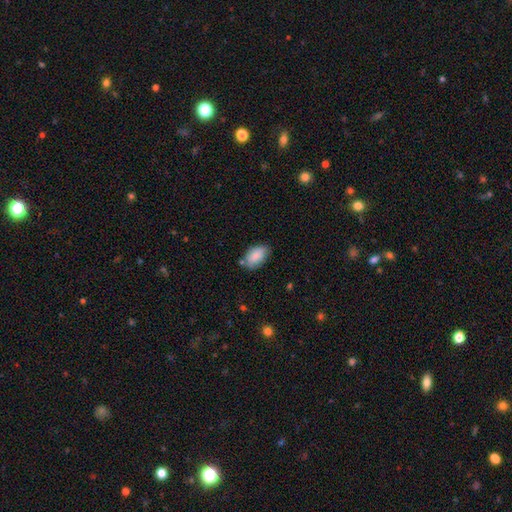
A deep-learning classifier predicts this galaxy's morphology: This is clearly a smooth galaxy (86%). How rounded: clearly in between (92%). Merging: likely none (66%).